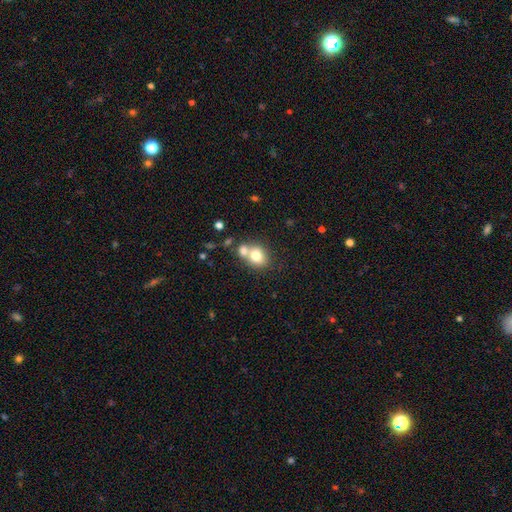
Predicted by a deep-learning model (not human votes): Smooth or featured? Predicted: smooth (p=0.74). How rounded? Predicted: round (p=0.59). Merging? Predicted: merger (p=0.48).